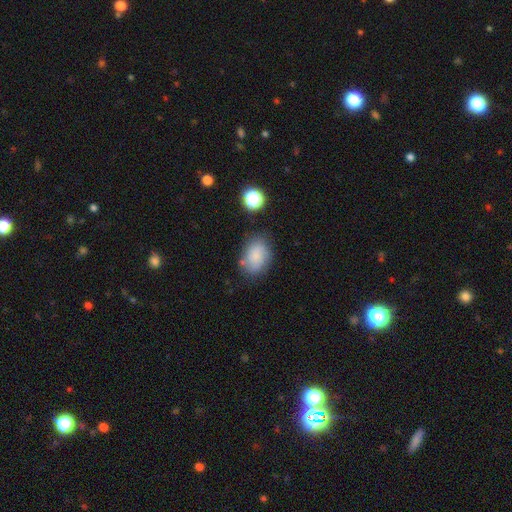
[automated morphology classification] smooth-or-featured: smooth: 75% | featured or disk: 14% | star or artifact: 11%
  how-rounded: in between: 71% | round: 27% | cigar-shaped: 1%
  merging: none: 66% | minor disturbance: 21% | major disturbance: 6% | merger: 6%